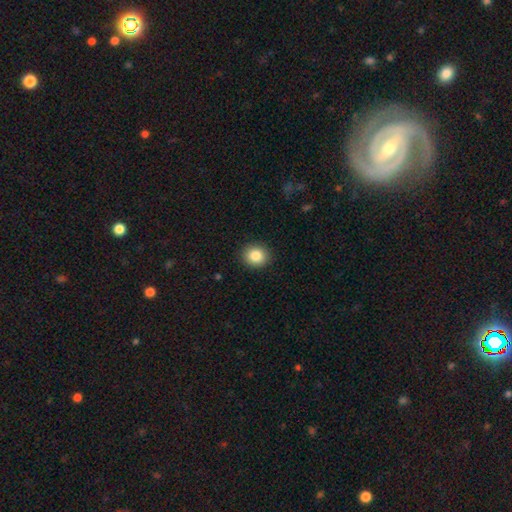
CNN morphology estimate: Smooth or featured? smooth (86%)
How rounded? round (78%)
Merging? none (91%)